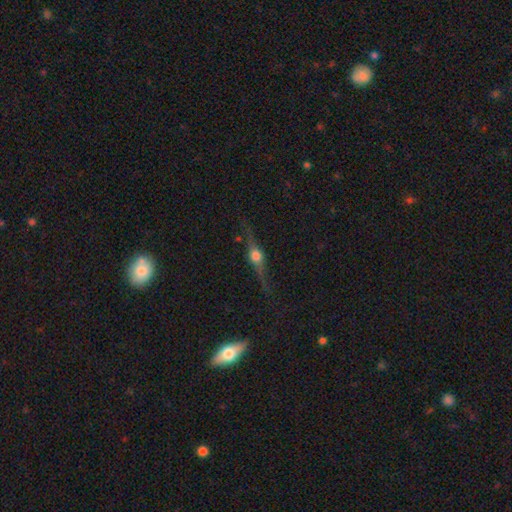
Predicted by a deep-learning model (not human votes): Smooth or featured? Predicted: featured or disk (p=0.78). Edge-on disk? Predicted: yes (p=0.96). Edge-on bulge? Predicted: rounded (p=0.95). Merging? Predicted: none (p=0.85).